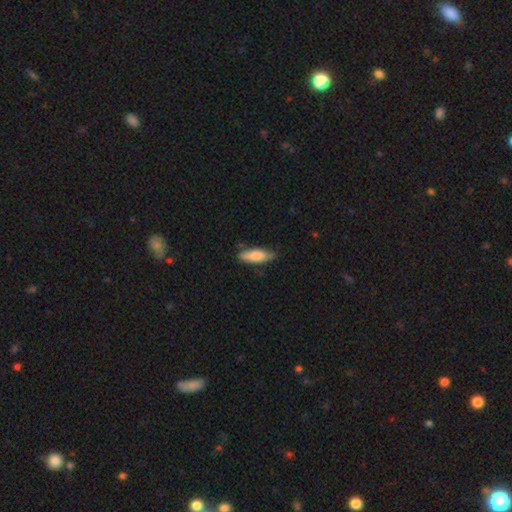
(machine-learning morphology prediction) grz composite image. It shows a smooth galaxy with no disk features (81%) that is in between round and cigar-shaped (52%). Merging: none (76%).